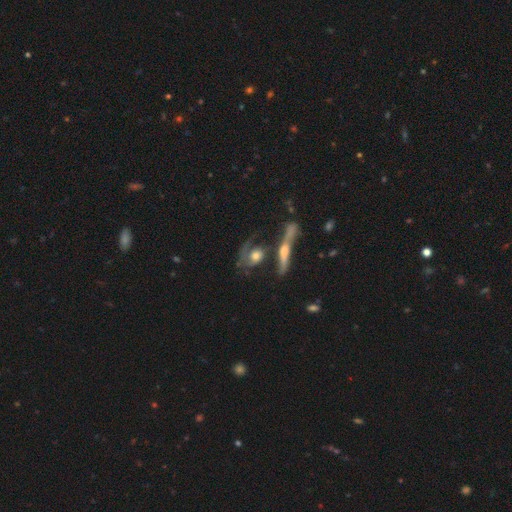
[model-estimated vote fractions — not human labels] Smooth or featured?
  - featured or disk: 66% *
  - smooth: 27%
  - star or artifact: 7%
Edge-on disk?
  - no: 83% *
  - yes: 17%
Bar?
  - no: 74% *
  - weak: 21%
  - strong: 5%
Spiral arms?
  - yes: 77% *
  - no: 23%
Bulge size?
  - moderate: 55% *
  - large: 25%
  - small: 13%
  - none: 4%
  - dominant: 3%
Merging?
  - merger: 34% *
  - none: 30%
  - major disturbance: 21%
  - minor disturbance: 15%